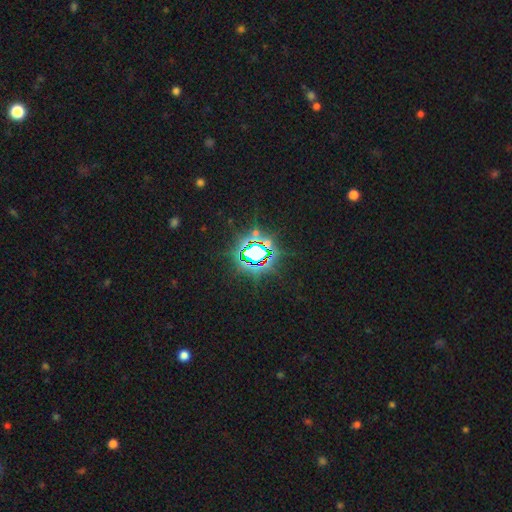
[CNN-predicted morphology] Smooth or featured?
  - star or artifact: 77% *
  - smooth: 14%
  - featured or disk: 10%